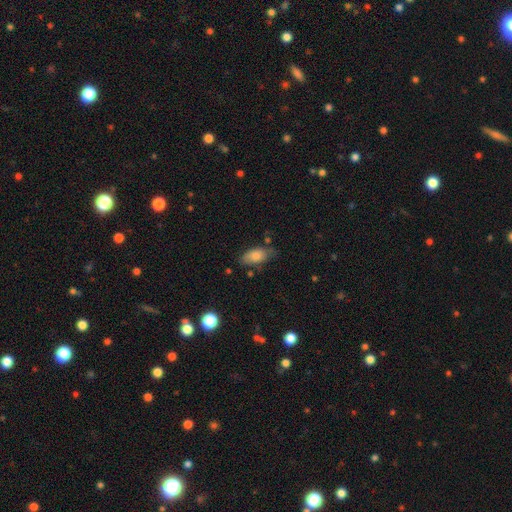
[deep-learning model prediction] Overall: smooth (79%). How rounded: in between (89%). Merging: none (64%; minor disturbance 26%).